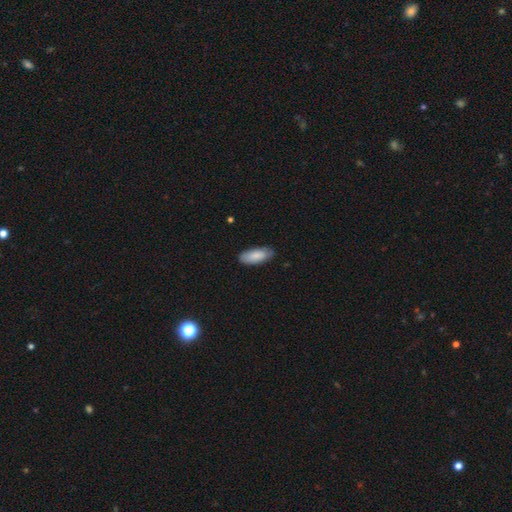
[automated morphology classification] This is clearly a smooth galaxy (85%). How rounded: clearly in between (84%). Merging: clearly none (82%).